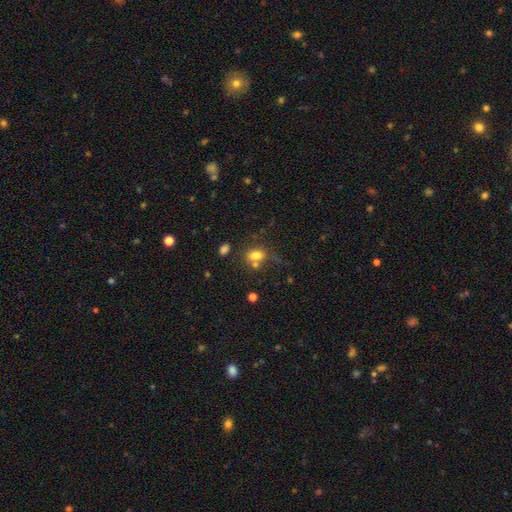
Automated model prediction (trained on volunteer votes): This is likely a smooth galaxy (77%). How rounded: likely in between (71%). Merging: possibly none (51%).